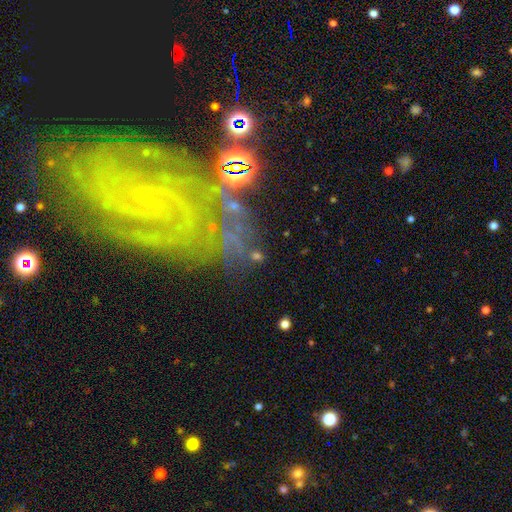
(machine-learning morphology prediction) Smooth or featured? Predicted: featured or disk (p=0.41). Merging? Predicted: none (p=0.58).